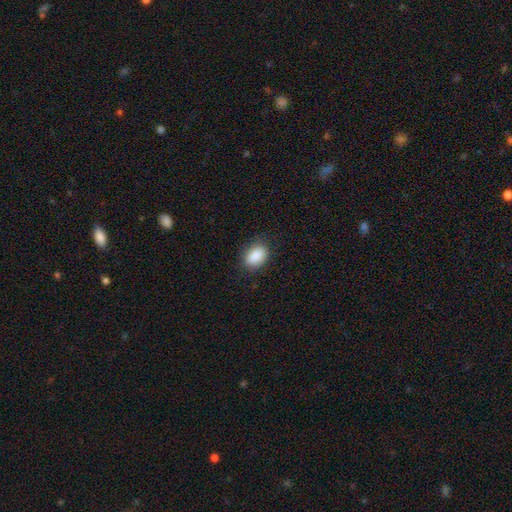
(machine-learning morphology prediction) Smooth or featured: smooth — 89% (star or artifact — 7%)
How rounded: in between — 84% (round — 15%)
Merging: none — 83% (minor disturbance — 12%)